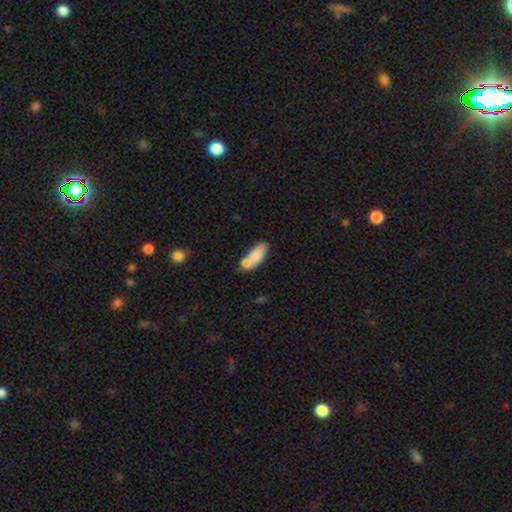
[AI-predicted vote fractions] Smooth or featured?
  - smooth: 79% *
  - featured or disk: 13%
  - star or artifact: 8%
How rounded?
  - in between: 70% *
  - cigar-shaped: 27%
  - round: 3%
Merging?
  - none: 45% *
  - merger: 31%
  - minor disturbance: 18%
  - major disturbance: 6%